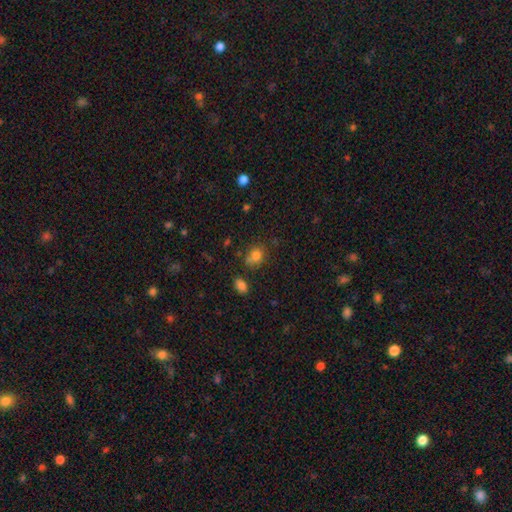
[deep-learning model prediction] Smooth or featured: smooth — 79% (star or artifact — 14%)
How rounded: round — 59% (in between — 40%)
Merging: none — 61% (minor disturbance — 18%)